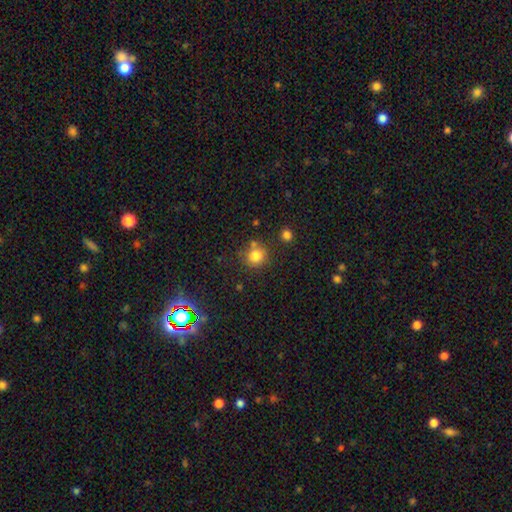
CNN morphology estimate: Overall: smooth (81%). How rounded: round (89%). Merging: none (73%).